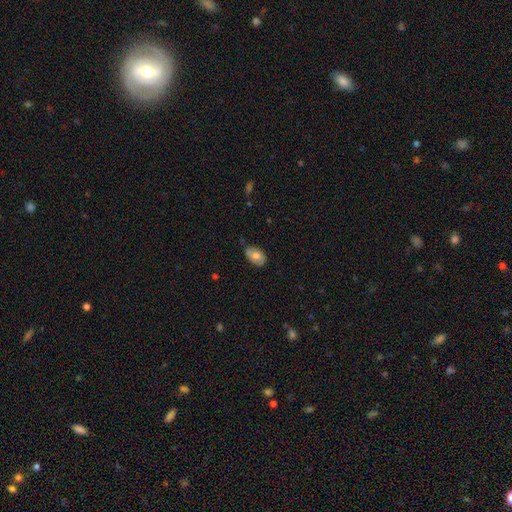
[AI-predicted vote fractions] A smooth galaxy with no disk features (64%) that is in between round and cigar-shaped (88%).

Vote fractions:
- Smooth or featured? smooth: 64% / featured or disk: 29% / star or artifact: 7%
- How rounded? in between: 88% / round: 11% / cigar-shaped: 1%
- Merging? none: 73% / minor disturbance: 22% / major disturbance: 4% / merger: 2%